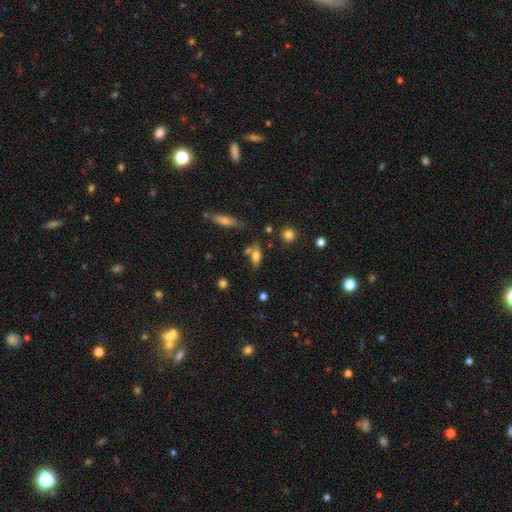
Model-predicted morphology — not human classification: smooth_or_featured: smooth (p=0.66) [alt: featured or disk p=0.24]
how_rounded: in between (p=0.70) [alt: cigar-shaped p=0.24]
merging: none (p=0.59) [alt: merger p=0.18]